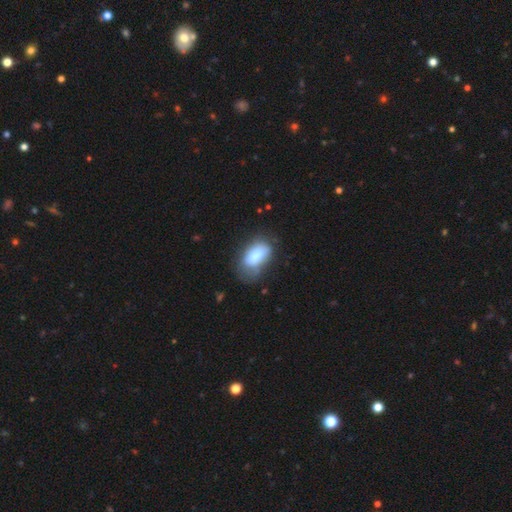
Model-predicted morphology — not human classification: smooth_or_featured: smooth (p=0.75) [alt: featured or disk p=0.18]
how_rounded: in between (p=0.92) [alt: round p=0.06]
merging: none (p=0.44) [alt: minor disturbance p=0.34]